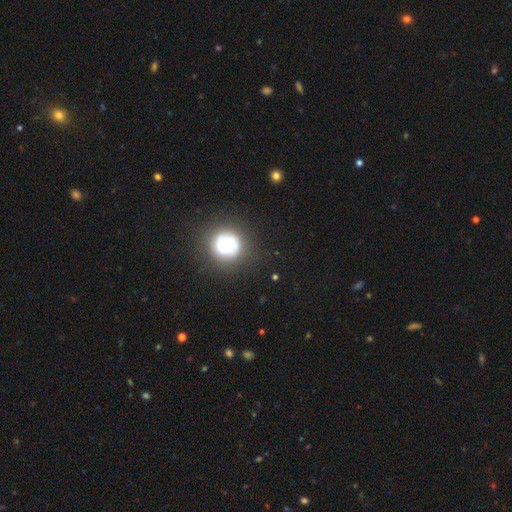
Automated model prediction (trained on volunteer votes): This appears to be a smooth galaxy with no disk features (53%) that is round (91%). Merging: none (85%).